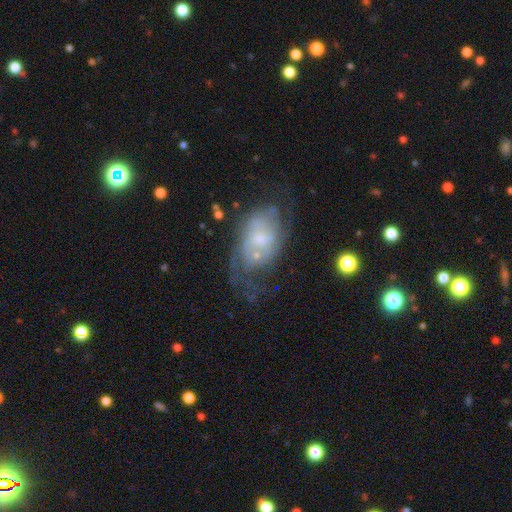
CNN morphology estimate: The model was most divided on "merging": none: 40%, major disturbance: 27%, minor disturbance: 24%, merger: 8%. More confident: edge-on disk — no (96%); spiral arms — yes (68%); bar — no (67%); smooth or featured — featured or disk (65%); bulge size — small (52%).